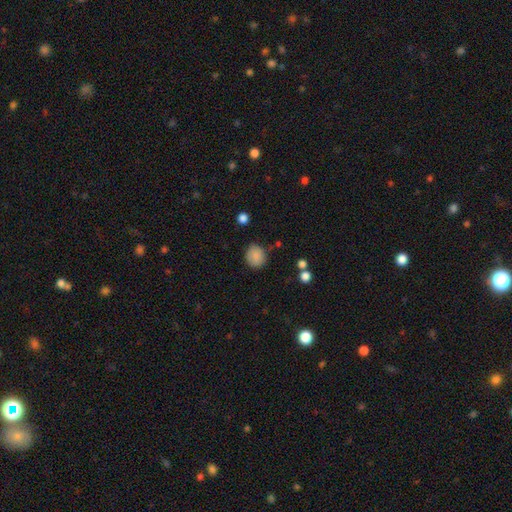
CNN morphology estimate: Smooth or featured: smooth — 86% (star or artifact — 9%)
How rounded: round — 76% (in between — 23%)
Merging: none — 79% (minor disturbance — 15%)